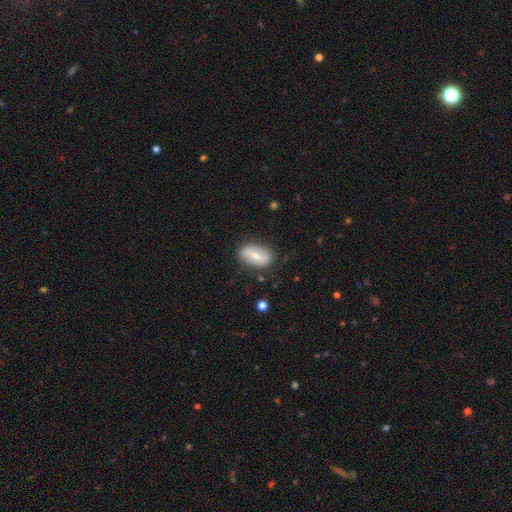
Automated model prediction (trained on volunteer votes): The model was most divided on "smooth or featured": smooth: 49%, featured or disk: 44%, star or artifact: 7%. More confident: merging — none (82%).